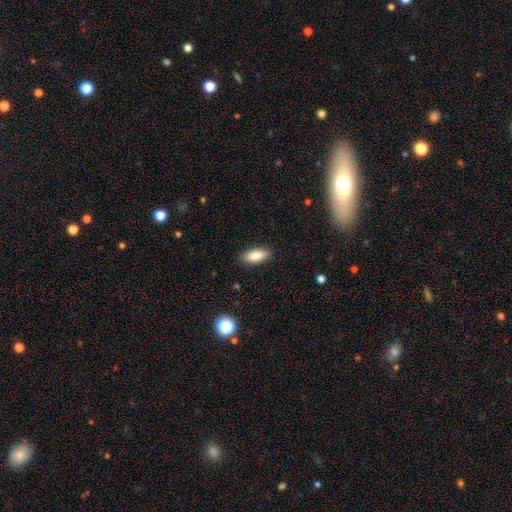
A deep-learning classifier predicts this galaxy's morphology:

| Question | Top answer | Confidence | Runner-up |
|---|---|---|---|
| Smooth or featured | smooth | 85% | featured or disk (8%) |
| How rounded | in between | 84% | cigar-shaped (13%) |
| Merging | none | 87% | minor disturbance (9%) |